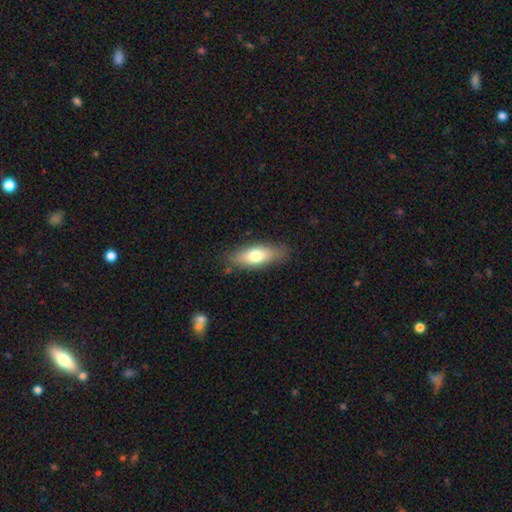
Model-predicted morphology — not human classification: Smooth or featured?
  - smooth: 71% *
  - featured or disk: 22%
  - star or artifact: 6%
How rounded?
  - in between: 67% *
  - cigar-shaped: 30%
  - round: 3%
Merging?
  - none: 82% *
  - minor disturbance: 13%
  - major disturbance: 3%
  - merger: 1%